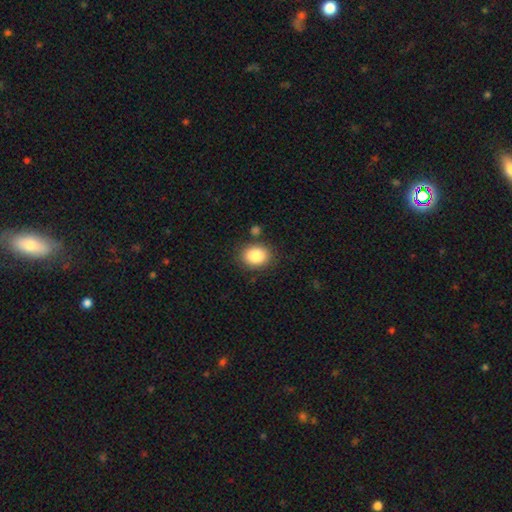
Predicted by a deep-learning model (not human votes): A smooth galaxy with no disk features (87%) that is round (51%).

Vote fractions:
- Smooth or featured? smooth: 87% / star or artifact: 8% / featured or disk: 5%
- How rounded? round: 51% / in between: 48% / cigar-shaped: 1%
- Merging? none: 82% / minor disturbance: 11% / merger: 5% / major disturbance: 3%